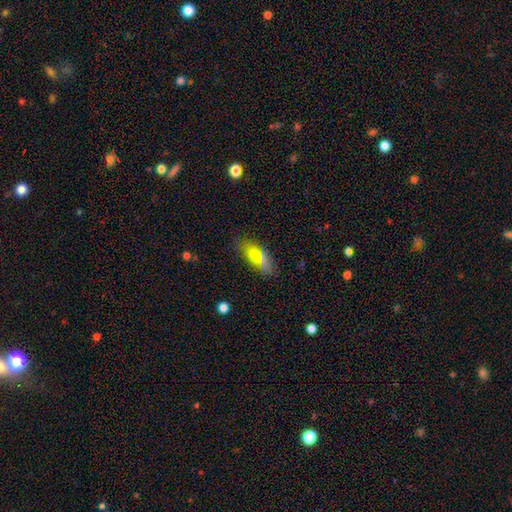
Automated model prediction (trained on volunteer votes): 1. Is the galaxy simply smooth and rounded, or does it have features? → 68% smooth, 17% featured or disk, 15% star or artifact.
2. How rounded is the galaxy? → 74% in between, 20% cigar-shaped, 6% round.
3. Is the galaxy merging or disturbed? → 77% none, 14% minor disturbance, 5% major disturbance, 4% merger.